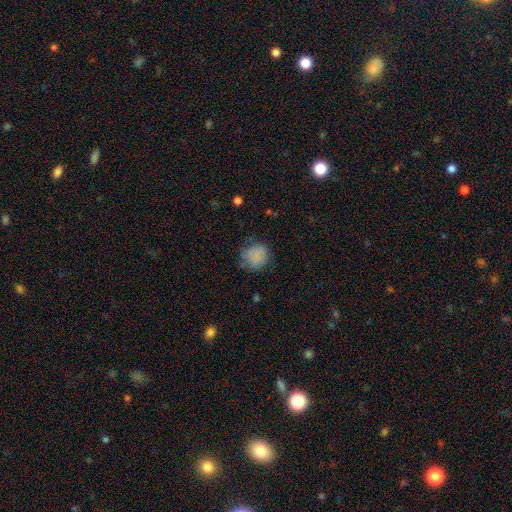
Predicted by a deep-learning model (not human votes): Smooth or featured?
  - smooth: 83% *
  - star or artifact: 9%
  - featured or disk: 8%
How rounded?
  - round: 83% *
  - in between: 16%
  - cigar-shaped: 1%
Merging?
  - none: 68% *
  - minor disturbance: 22%
  - major disturbance: 7%
  - merger: 2%